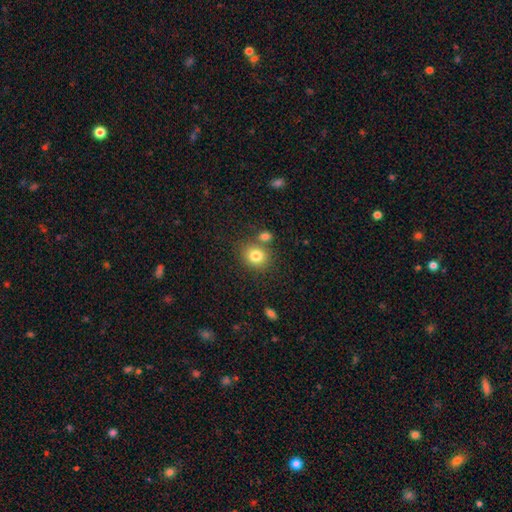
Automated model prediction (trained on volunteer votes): Smooth or featured: smooth — 81% (star or artifact — 11%)
How rounded: round — 71% (in between — 28%)
Merging: none — 68% (merger — 18%)